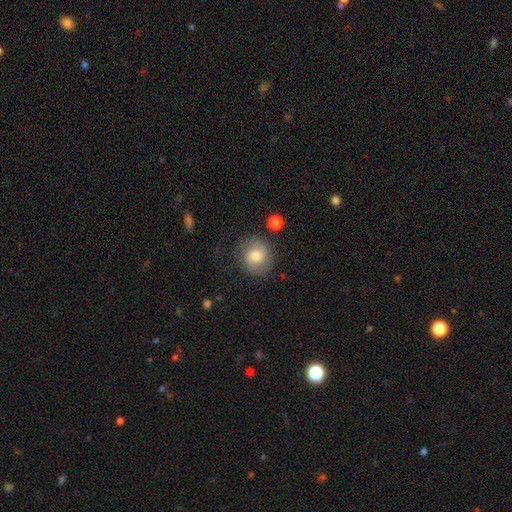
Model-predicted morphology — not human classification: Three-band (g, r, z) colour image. It shows a smooth galaxy with no disk features (64%) that is round (85%). Merging: none (78%).